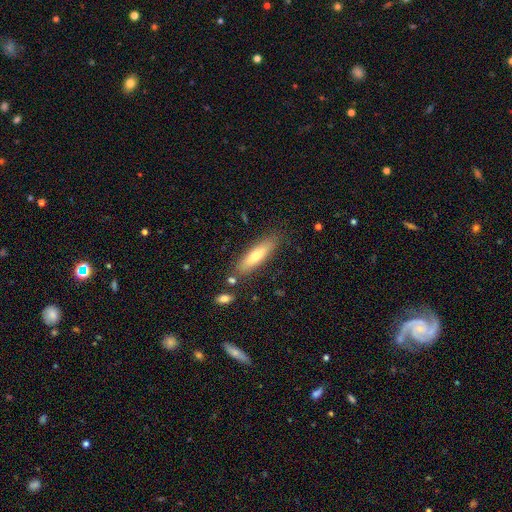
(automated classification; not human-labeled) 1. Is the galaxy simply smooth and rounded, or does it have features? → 65% smooth, 28% featured or disk, 7% star or artifact.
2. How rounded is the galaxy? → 66% cigar-shaped, 32% in between, 2% round.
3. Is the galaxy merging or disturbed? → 83% none, 11% minor disturbance, 3% merger, 3% major disturbance.